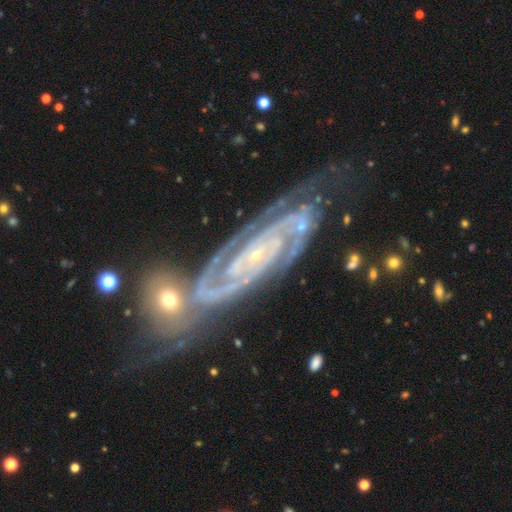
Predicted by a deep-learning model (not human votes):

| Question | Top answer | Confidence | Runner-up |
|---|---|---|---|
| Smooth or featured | featured or disk | 91% | star or artifact (6%) |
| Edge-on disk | no | 92% | yes (8%) |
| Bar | no | 57% | weak (28%) |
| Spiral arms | yes | 98% | no (2%) |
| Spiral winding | tight | 69% | medium (26%) |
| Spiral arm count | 2 | 53% | 3 (16%) |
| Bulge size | small | 82% | moderate (14%) |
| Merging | none | 55% | merger (20%) |